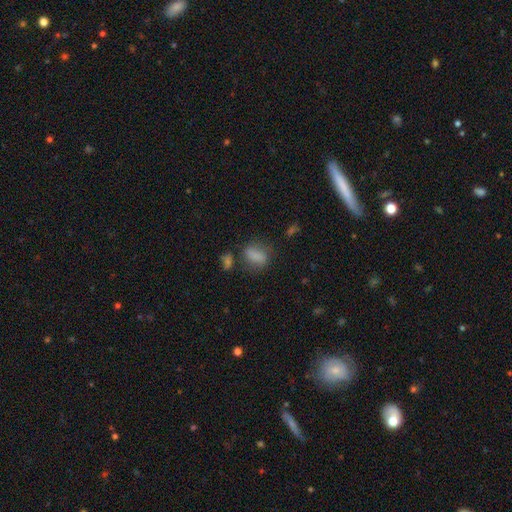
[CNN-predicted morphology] smooth 79%, star or artifact 11%, featured or disk 10%. Down the decision tree: how rounded — in between (73%); merging — none (60%).